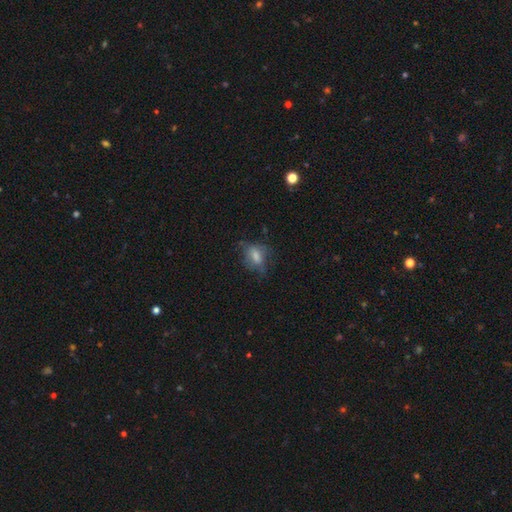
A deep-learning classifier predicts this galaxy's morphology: smooth 63%, featured or disk 25%, star or artifact 12%. Down the decision tree: how rounded — in between (73%); merging — none (48%).